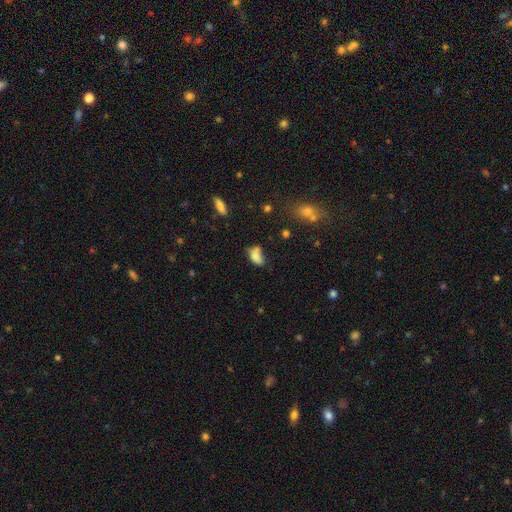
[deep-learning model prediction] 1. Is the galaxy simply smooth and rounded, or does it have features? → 80% smooth, 11% star or artifact, 9% featured or disk.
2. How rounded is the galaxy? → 89% in between, 8% round, 3% cigar-shaped.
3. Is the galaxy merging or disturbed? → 45% none, 30% minor disturbance, 16% merger, 10% major disturbance.